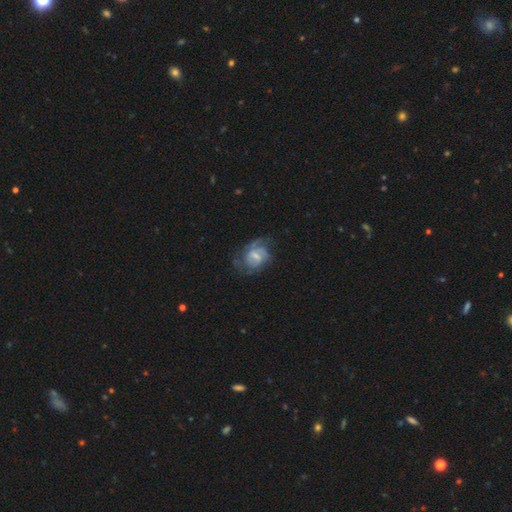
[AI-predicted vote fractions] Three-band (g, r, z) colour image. It shows a featured or disk galaxy (71%) with a weak bar (54%), 2 (42%) tight (42%) spiral arms (84%) and a small central bulge (46%). Merging: none (51%).